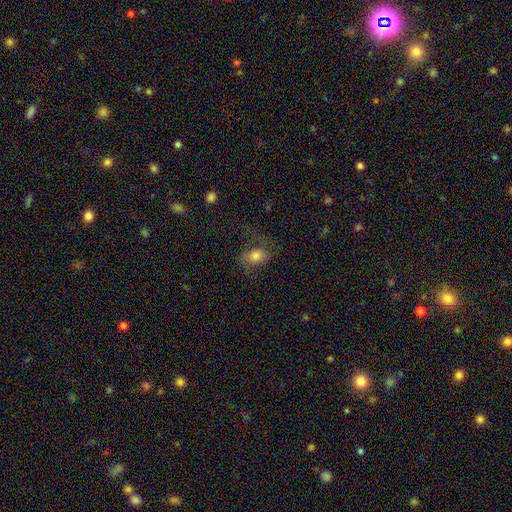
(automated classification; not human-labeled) smooth-or-featured: smooth: 70% | featured or disk: 17% | star or artifact: 13%
  how-rounded: in between: 49% (tied) | round: 49% (tied) | cigar-shaped: 2%
  merging: none: 47% | major disturbance: 27% | minor disturbance: 23% | merger: 2%